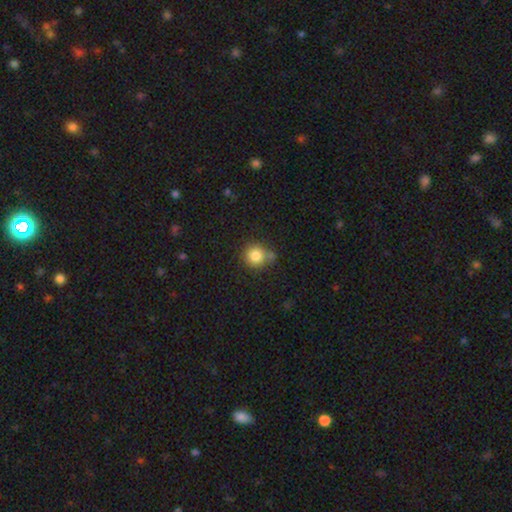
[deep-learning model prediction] Morphology: type=smooth (84%); roundness=round (92%); merging=none (70%).